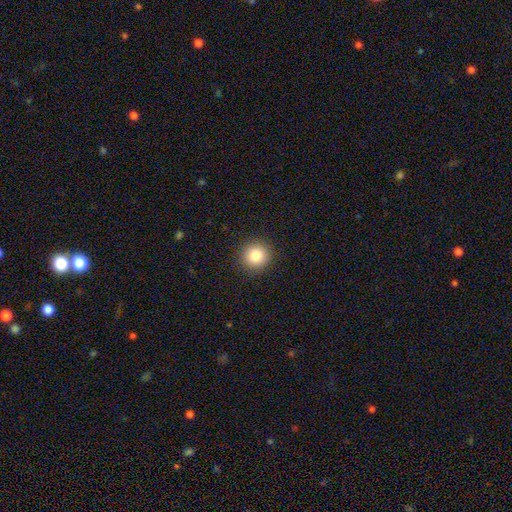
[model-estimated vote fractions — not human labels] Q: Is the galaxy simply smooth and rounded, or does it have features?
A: smooth — 84%.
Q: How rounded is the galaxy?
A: round — 93%.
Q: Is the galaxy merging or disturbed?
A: none — 92%.